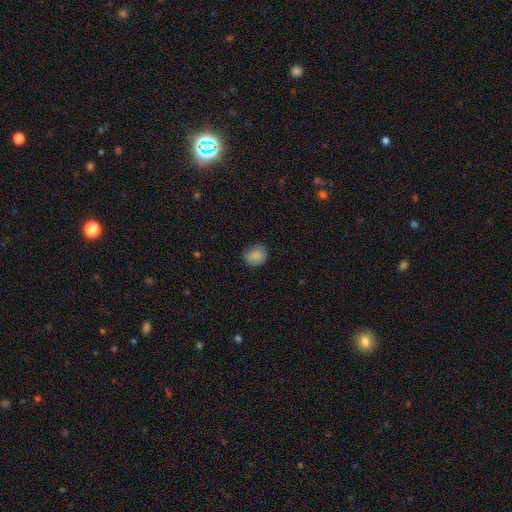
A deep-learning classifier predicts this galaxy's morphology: smooth-or-featured: smooth: 86% | star or artifact: 8% | featured or disk: 6%
  how-rounded: round: 69% | in between: 31% | cigar-shaped: 1%
  merging: none: 77% | minor disturbance: 18% | major disturbance: 4% | merger: 1%